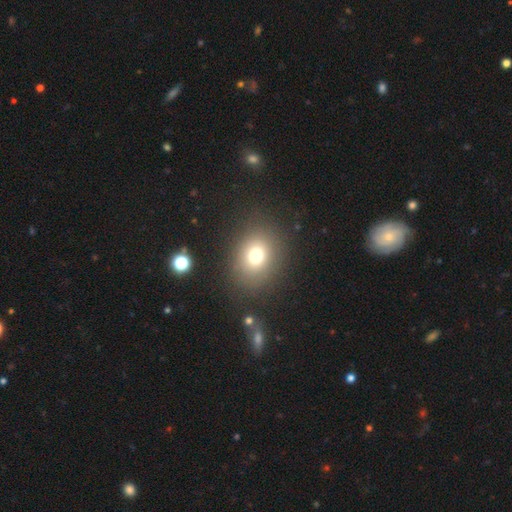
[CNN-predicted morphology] smooth 73%, star or artifact 15%, featured or disk 12%. Down the decision tree: how rounded — round (57%); merging — none (82%).